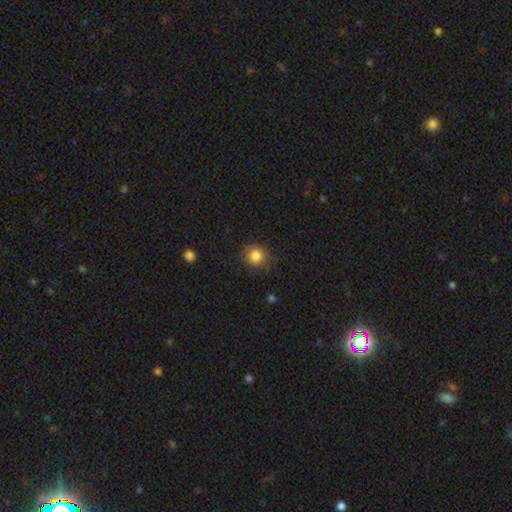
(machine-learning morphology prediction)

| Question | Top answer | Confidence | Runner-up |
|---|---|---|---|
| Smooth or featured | smooth | 85% | star or artifact (11%) |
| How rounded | round | 88% | in between (11%) |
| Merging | none | 85% | minor disturbance (11%) |